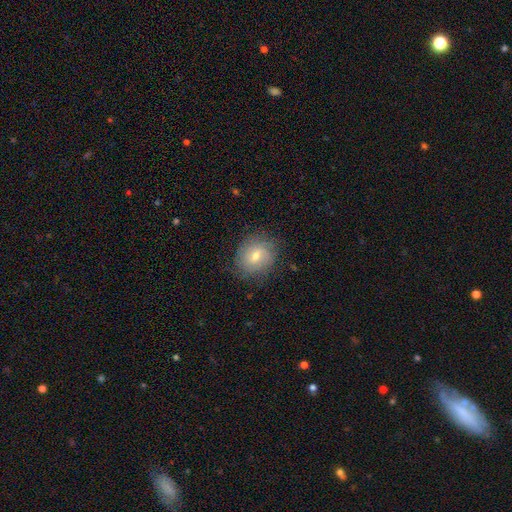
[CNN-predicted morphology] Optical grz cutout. It shows a smooth galaxy with no disk features (59%) that is round (66%). Merging: none (78%).